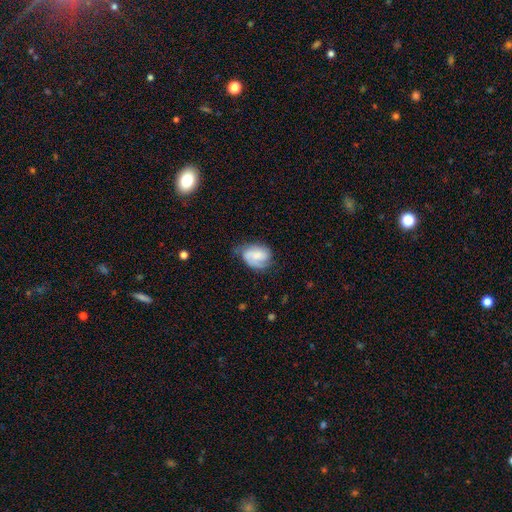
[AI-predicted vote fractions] smooth_or_featured: featured or disk (p=0.53) [alt: smooth p=0.39]
disk_edge_on: no (p=0.97) [alt: yes p=0.03]
bar: no (p=0.56) [alt: weak p=0.35]
has_spiral_arms: yes (p=0.88) [alt: no p=0.12]
bulge_size: small (p=0.37) [alt: moderate p=0.29]
merging: none (p=0.49) [alt: minor disturbance p=0.33]